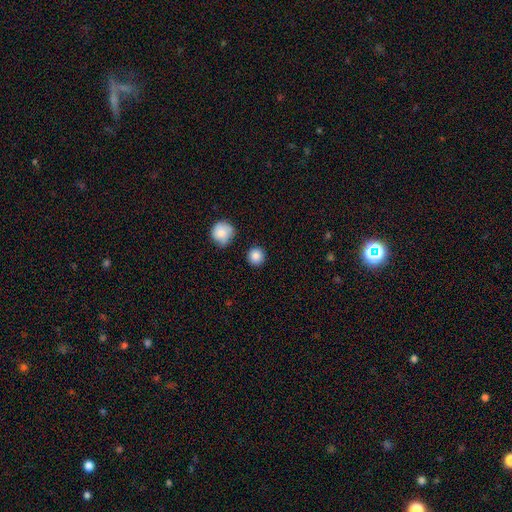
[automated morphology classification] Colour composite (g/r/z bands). It shows a smooth galaxy with no disk features (87%) that is round (93%). Merging: none (88%).